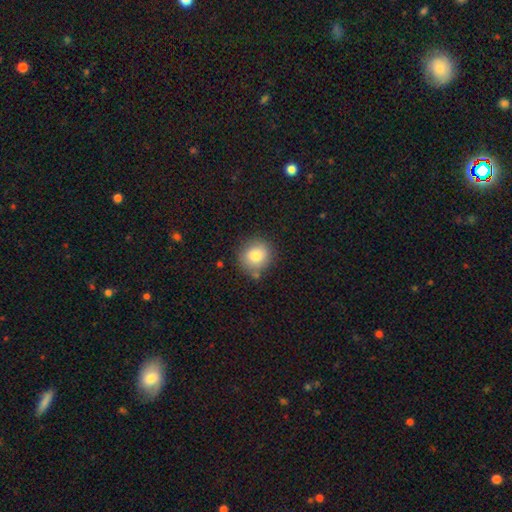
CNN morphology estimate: Q: Smooth or featured?
A: smooth (83%); runner-up: star or artifact (9%)
Q: How rounded?
A: round (86%); runner-up: in between (13%)
Q: Merging?
A: none (77%); runner-up: minor disturbance (14%)